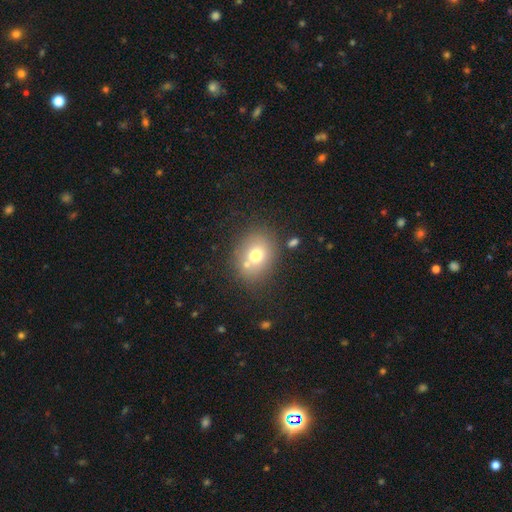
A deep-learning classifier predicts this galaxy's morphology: smooth-or-featured: smooth: 70% | featured or disk: 17% | star or artifact: 13%
  how-rounded: round: 55% | in between: 44% | cigar-shaped: 1%
  merging: none: 69% | merger: 14% | minor disturbance: 12% | major disturbance: 4%